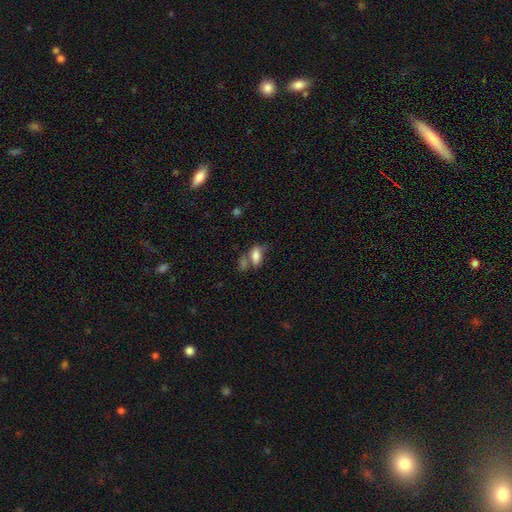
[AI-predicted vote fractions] Q: Smooth or featured?
A: smooth (71%); runner-up: featured or disk (18%)
Q: How rounded?
A: in between (82%); runner-up: cigar-shaped (12%)
Q: Merging?
A: none (37%); runner-up: merger (32%)